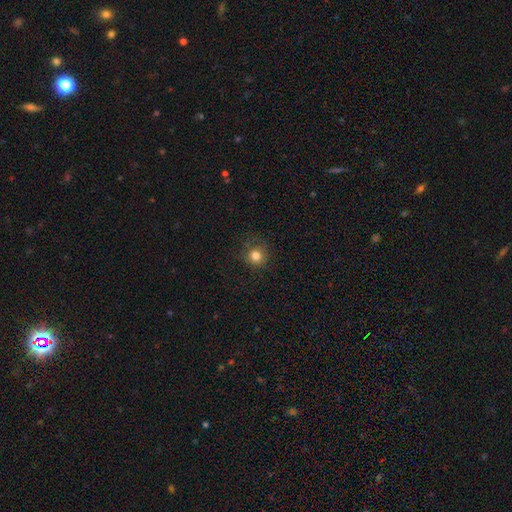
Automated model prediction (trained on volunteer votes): smooth 81%, star or artifact 13%, featured or disk 6%. Down the decision tree: how rounded — round (92%); merging — none (81%).